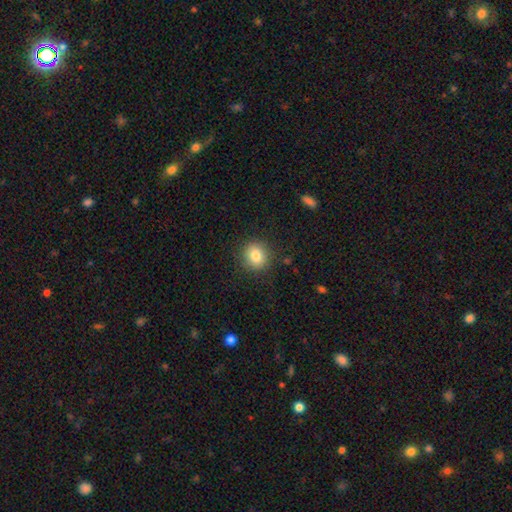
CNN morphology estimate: smooth-or-featured: smooth: 81% | star or artifact: 11% | featured or disk: 8%
  how-rounded: round: 83% | in between: 16% | cigar-shaped: 1%
  merging: none: 88% | minor disturbance: 8% | major disturbance: 3% | merger: 1%